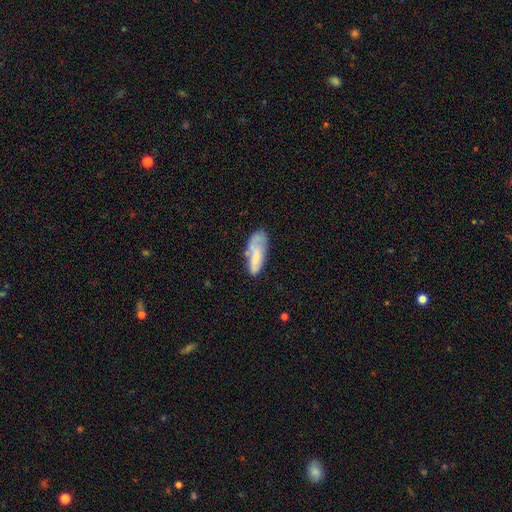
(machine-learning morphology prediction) Q: Smooth or featured?
A: smooth (56%); runner-up: featured or disk (36%)
Q: How rounded?
A: in between (73%); runner-up: cigar-shaped (25%)
Q: Merging?
A: none (43%); runner-up: minor disturbance (30%)